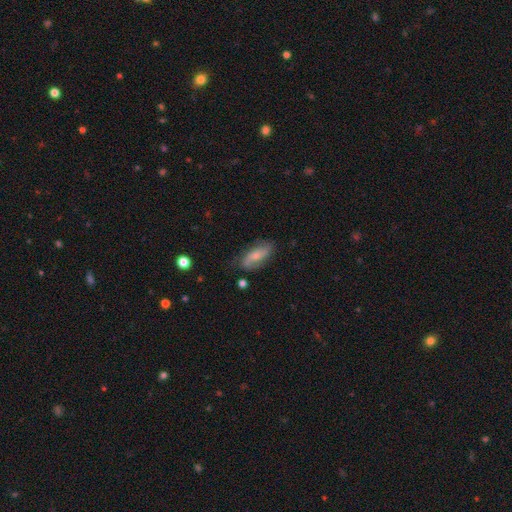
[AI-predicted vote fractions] A featured or disk galaxy (52%). Merging: none (71%).